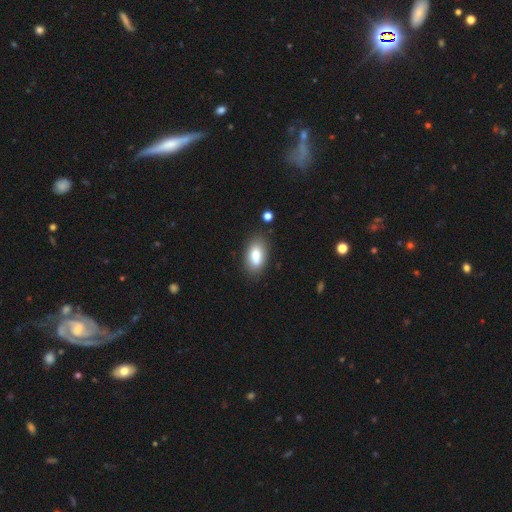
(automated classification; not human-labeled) Smooth or featured? Predicted: smooth (p=0.79). How rounded? Predicted: in between (p=0.92). Merging? Predicted: none (p=0.79).